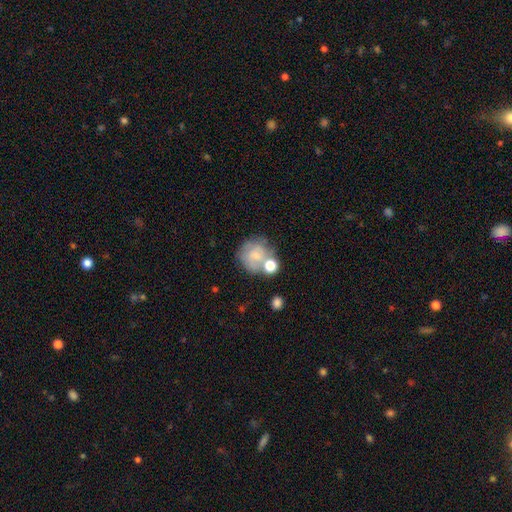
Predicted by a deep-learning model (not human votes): Q: Smooth or featured?
A: smooth (65%); runner-up: featured or disk (26%)
Q: How rounded?
A: round (82%); runner-up: in between (17%)
Q: Merging?
A: none (45%); runner-up: merger (27%)